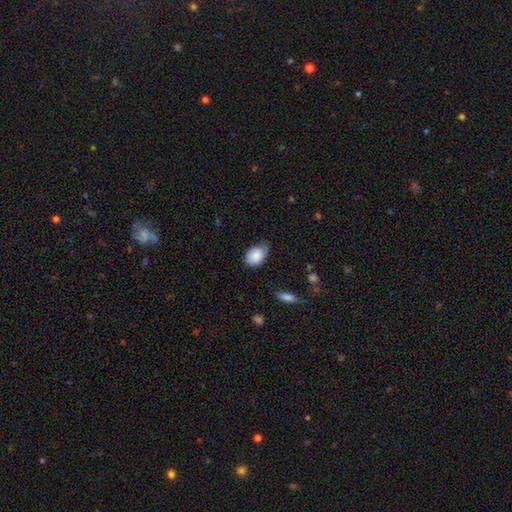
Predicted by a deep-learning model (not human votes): A smooth galaxy with no disk features (85%) that is in between round and cigar-shaped (82%). Merging: none (60%).